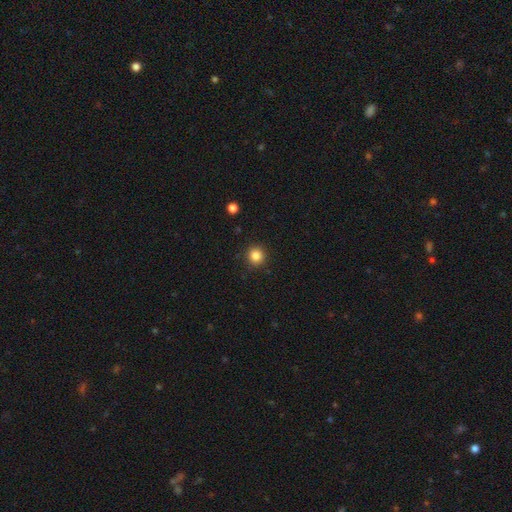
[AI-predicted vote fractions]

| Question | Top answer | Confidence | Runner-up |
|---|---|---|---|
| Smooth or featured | smooth | 85% | star or artifact (11%) |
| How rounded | round | 92% | in between (7%) |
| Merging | none | 91% | minor disturbance (6%) |